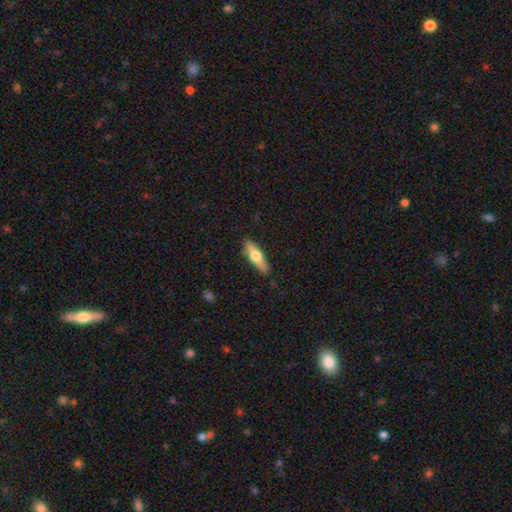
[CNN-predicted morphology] A featured or disk galaxy (50%). Merging: none (86%).